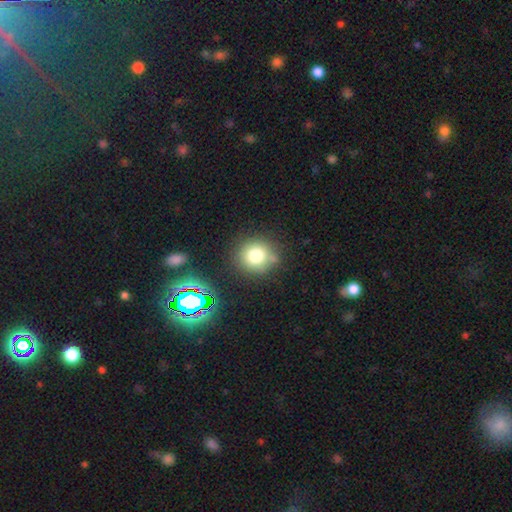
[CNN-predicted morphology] type=smooth (75%); roundness=round (88%); merging=none (77%).